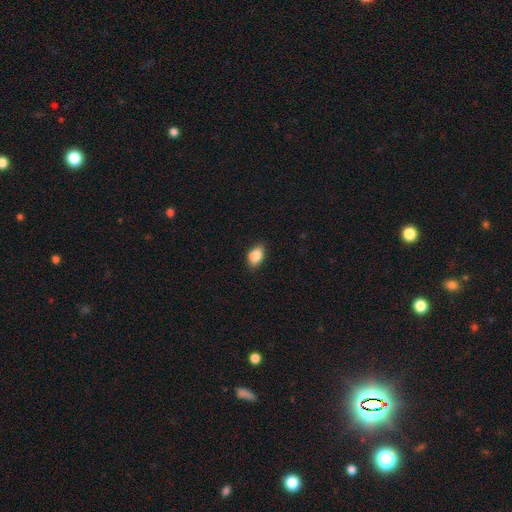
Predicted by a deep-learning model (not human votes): Smooth or featured: smooth — 85% (star or artifact — 8%)
How rounded: in between — 87% (round — 11%)
Merging: none — 79% (minor disturbance — 17%)